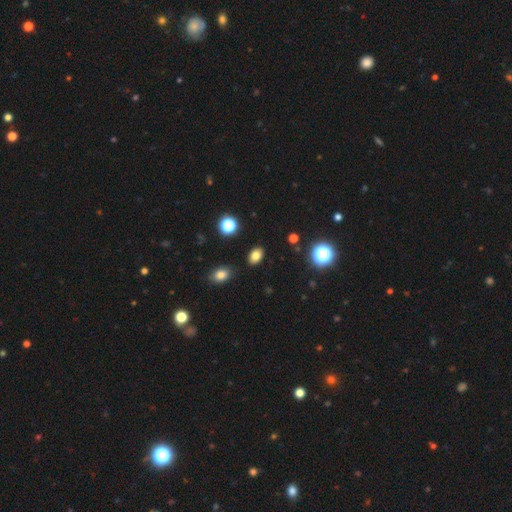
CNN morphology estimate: smooth_or_featured: smooth (p=0.80) [alt: star or artifact p=0.13]
how_rounded: in between (p=0.81) [alt: round p=0.17]
merging: none (p=0.87) [alt: minor disturbance p=0.09]